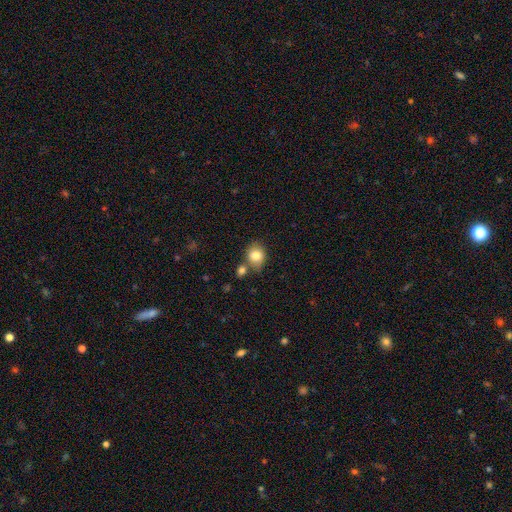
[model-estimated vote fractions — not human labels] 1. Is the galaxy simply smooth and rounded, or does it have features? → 82% smooth, 9% star or artifact, 9% featured or disk.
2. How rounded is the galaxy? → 59% round, 40% in between, 1% cigar-shaped.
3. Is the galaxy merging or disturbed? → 64% none, 17% merger, 15% minor disturbance, 4% major disturbance.